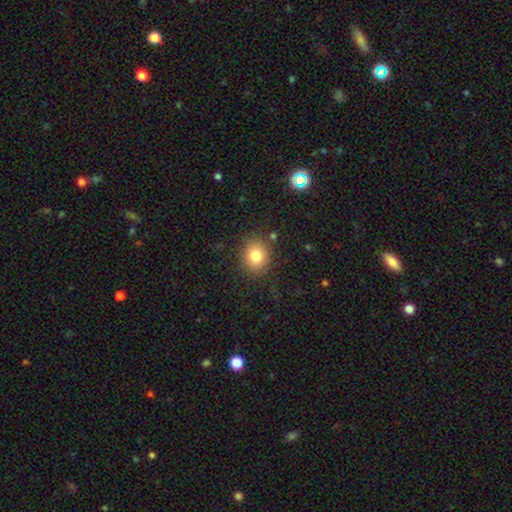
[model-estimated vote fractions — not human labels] This appears to be a smooth galaxy with no disk features (80%) that is round (64%). Merging: none (85%).